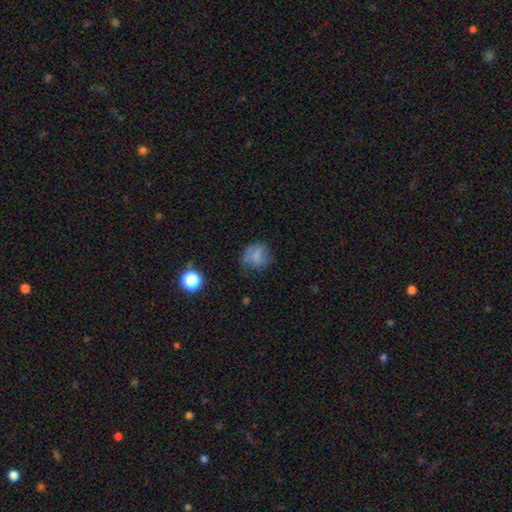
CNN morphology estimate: smooth 71%, featured or disk 16%, star or artifact 13%. Down the decision tree: how rounded — round (73%); merging — none (62%).